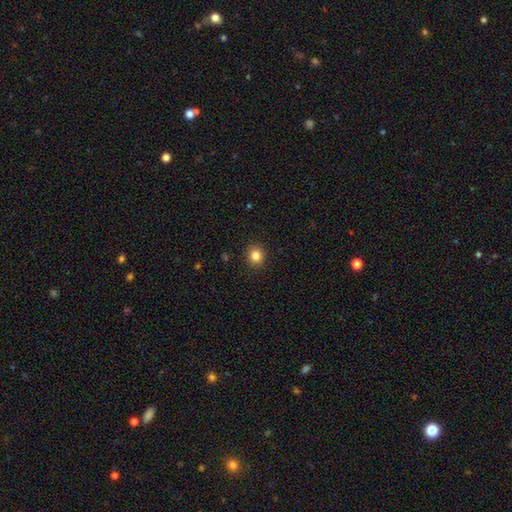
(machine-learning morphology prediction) Overall: smooth (83%). How rounded: round (87%). Merging: none (92%).